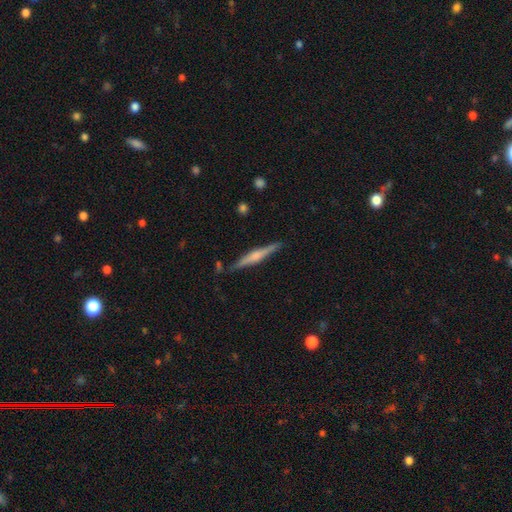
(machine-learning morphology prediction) smooth-or-featured: featured or disk: 67% | smooth: 28% | star or artifact: 6%
  disk-edge-on: yes: 98% | no: 2%
    edge-on-bulge: rounded: 73% | boxy: 15% | none: 12%
  merging: none: 87% | minor disturbance: 9% | merger: 2% | major disturbance: 2%